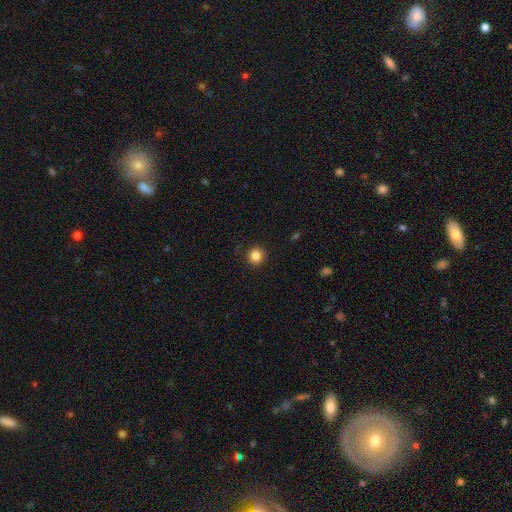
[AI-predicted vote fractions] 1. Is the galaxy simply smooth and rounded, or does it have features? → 84% smooth, 11% star or artifact, 5% featured or disk.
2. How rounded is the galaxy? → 94% round, 5% in between, 1% cigar-shaped.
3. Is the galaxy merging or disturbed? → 91% none, 6% minor disturbance, 2% major disturbance, 1% merger.